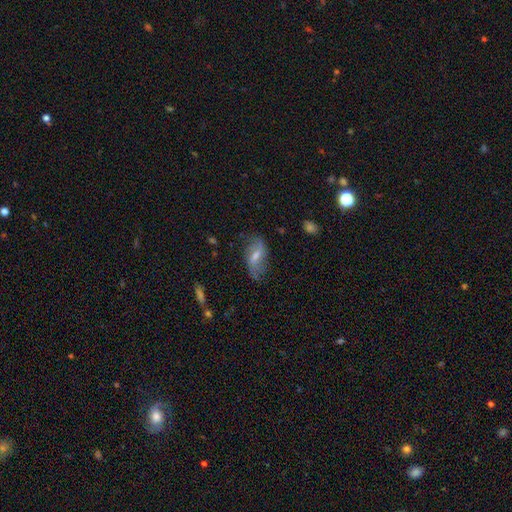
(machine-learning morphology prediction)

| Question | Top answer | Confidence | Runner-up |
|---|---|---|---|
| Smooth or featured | featured or disk | 62% | smooth (30%) |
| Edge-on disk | no | 91% | yes (9%) |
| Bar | weak | 51% | strong (26%) |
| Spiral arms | yes | 81% | no (19%) |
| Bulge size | moderate | 46% | small (44%) |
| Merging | none | 66% | minor disturbance (23%) |